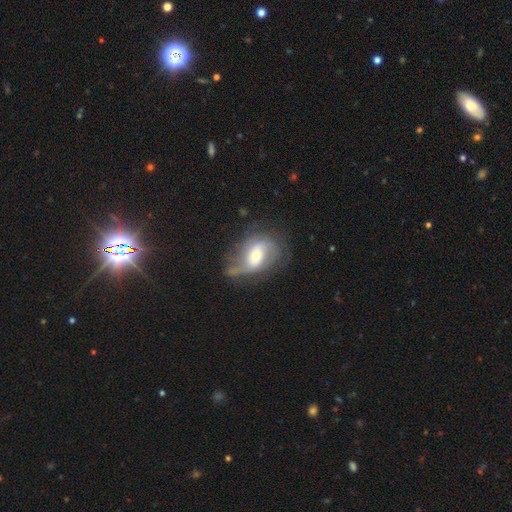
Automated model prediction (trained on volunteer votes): Smooth or featured?
  - featured or disk: 73% *
  - smooth: 21%
  - star or artifact: 7%
Edge-on disk?
  - no: 96% *
  - yes: 4%
Bar?
  - no: 42% * (tied)
  - weak: 42% * (tied)
  - strong: 16%
Spiral arms?
  - yes: 87% *
  - no: 13%
Spiral winding?
  - medium: 41% *
  - loose: 34%
  - tight: 25%
Spiral arm count?
  - 2: 56% *
  - can't tell: 19%
  - 1: 13%
  - 3: 8%
  - 4: 2%
  - more than 4: 2%
Bulge size?
  - moderate: 60% *
  - small: 28%
  - large: 9%
  - none: 1%
  - dominant: 1%
Merging?
  - none: 45% *
  - minor disturbance: 27%
  - major disturbance: 24%
  - merger: 4%